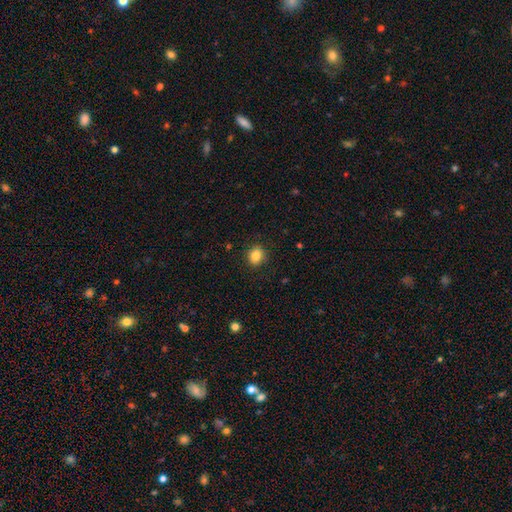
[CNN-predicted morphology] Q: Smooth or featured?
A: smooth (84%); runner-up: star or artifact (10%)
Q: How rounded?
A: round (65%); runner-up: in between (34%)
Q: Merging?
A: none (88%); runner-up: minor disturbance (9%)